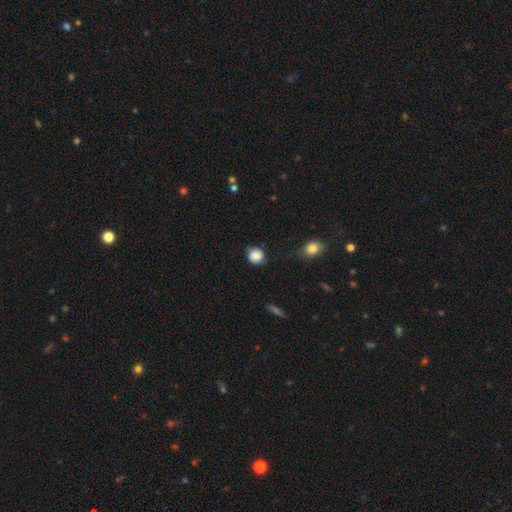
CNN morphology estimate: smooth 84%, star or artifact 8%, featured or disk 7%. Down the decision tree: how rounded — round (84%); merging — none (73%).